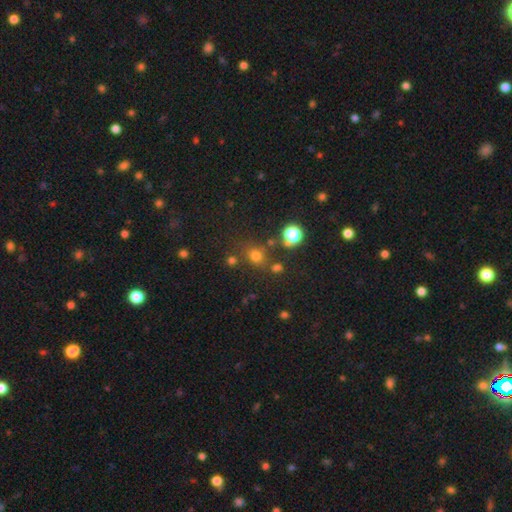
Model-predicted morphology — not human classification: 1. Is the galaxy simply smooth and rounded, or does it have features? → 68% smooth, 24% star or artifact, 8% featured or disk.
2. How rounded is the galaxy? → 73% round, 26% in between, 1% cigar-shaped.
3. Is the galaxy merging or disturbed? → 73% none, 12% minor disturbance, 10% merger, 5% major disturbance.